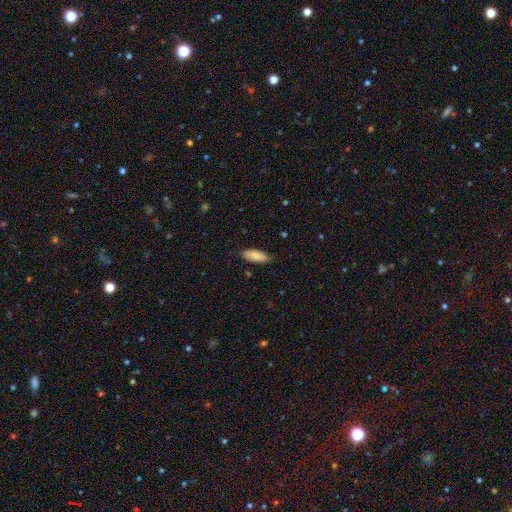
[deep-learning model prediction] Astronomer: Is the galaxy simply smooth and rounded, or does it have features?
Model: smooth — 85%.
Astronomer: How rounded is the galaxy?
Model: in between — 74%.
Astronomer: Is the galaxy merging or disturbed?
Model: none — 83%.